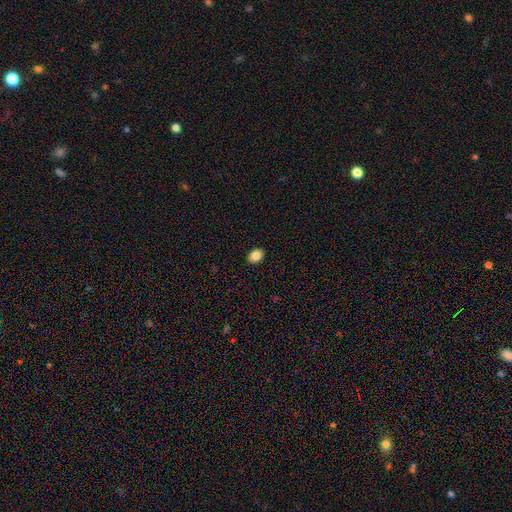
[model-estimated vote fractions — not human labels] smooth-or-featured: smooth: 86% | star or artifact: 8% | featured or disk: 6%
  how-rounded: in between: 72% | round: 27% | cigar-shaped: 1%
  merging: none: 90% | minor disturbance: 7% | major disturbance: 2% | merger: 1%